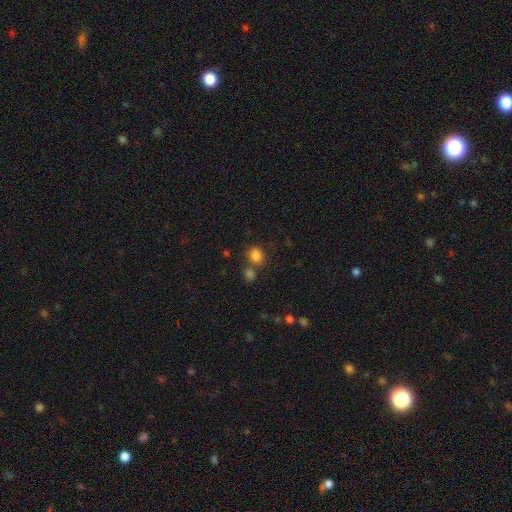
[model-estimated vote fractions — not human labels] Morphology: type=smooth (83%); roundness=round (74%); merging=none (63%).